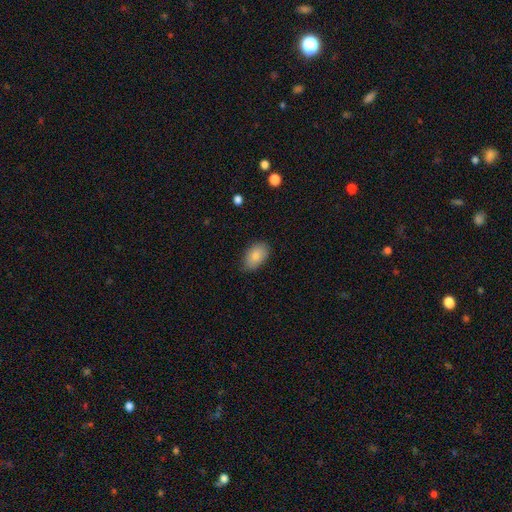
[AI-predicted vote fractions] The model was most divided on "merging": none: 80%, minor disturbance: 17%, major disturbance: 3%, merger: 1%. More confident: how rounded — in between (91%); smooth or featured — smooth (84%).